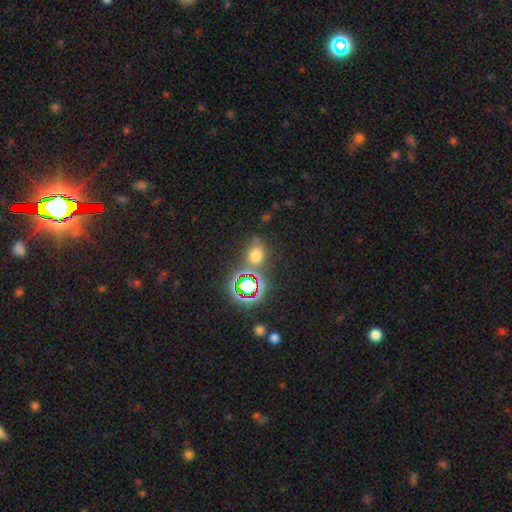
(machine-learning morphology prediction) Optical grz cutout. It shows a smooth galaxy with no disk features (56%) that is round (57%). Merging: none (69%).